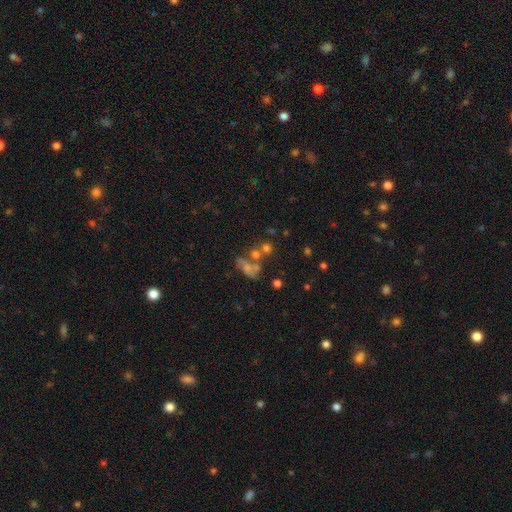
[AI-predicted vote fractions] Q: Smooth or featured?
A: star or artifact (34%); tied with: featured or disk (34%)